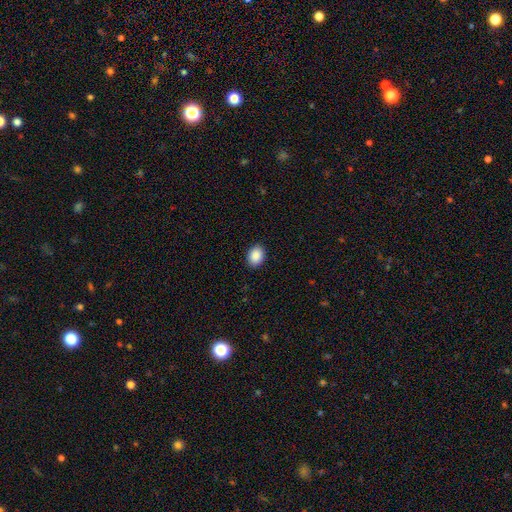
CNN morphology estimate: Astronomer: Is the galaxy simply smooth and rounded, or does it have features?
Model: smooth — 90%.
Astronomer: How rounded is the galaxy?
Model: in between — 69%.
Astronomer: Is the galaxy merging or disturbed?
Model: none — 90%.